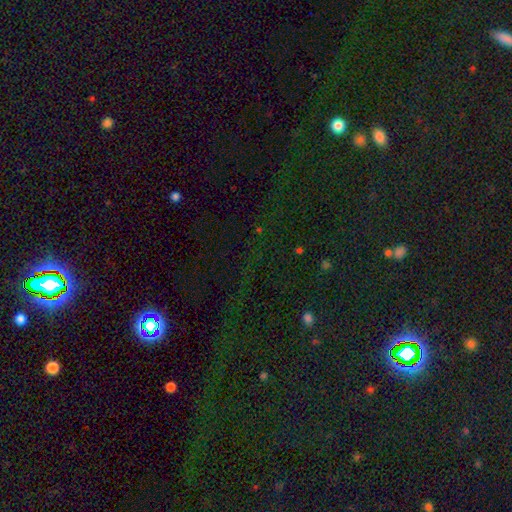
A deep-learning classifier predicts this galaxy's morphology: Overall: star or artifact (76%).